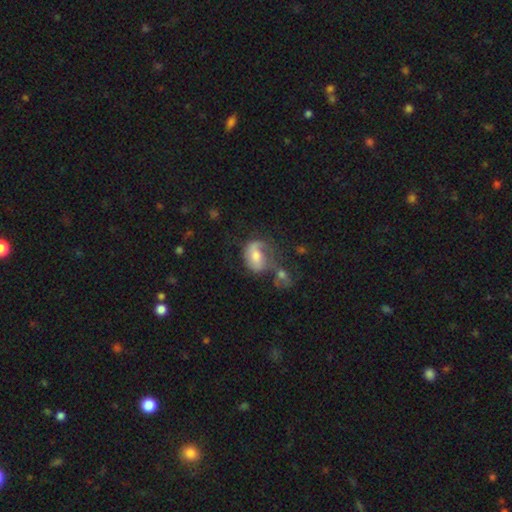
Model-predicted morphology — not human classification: Smooth or featured: featured or disk — 46% (tied with smooth — 46%)
Merging: none — 33% (merger — 22%)